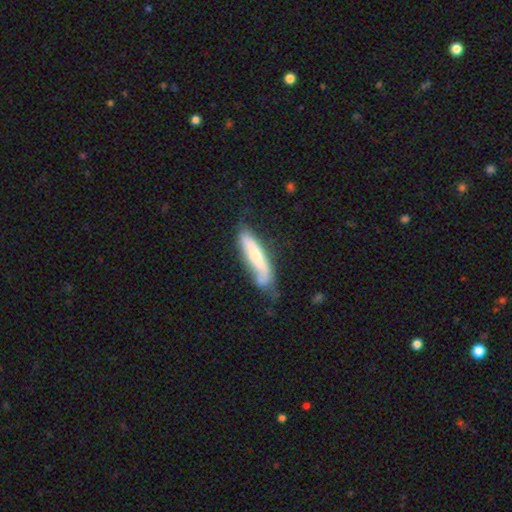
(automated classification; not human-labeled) A smooth galaxy with no disk features (54%) that is cigar-shaped (76%). Merging: none (50%).